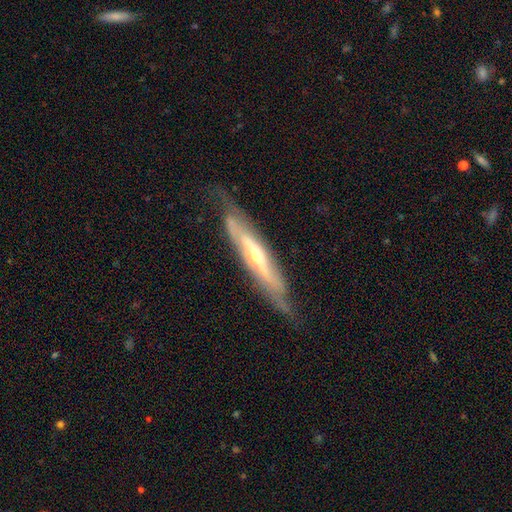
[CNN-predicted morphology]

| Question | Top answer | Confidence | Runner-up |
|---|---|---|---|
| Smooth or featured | featured or disk | 79% | smooth (15%) |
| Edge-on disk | yes | 59% | no (41%) |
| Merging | none | 68% | minor disturbance (22%) |